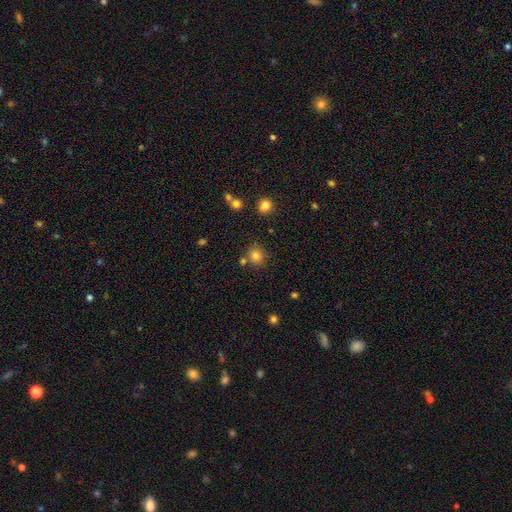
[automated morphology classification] Smooth or featured: smooth — 80% (star or artifact — 13%)
How rounded: round — 85% (in between — 14%)
Merging: none — 75% (merger — 11%)